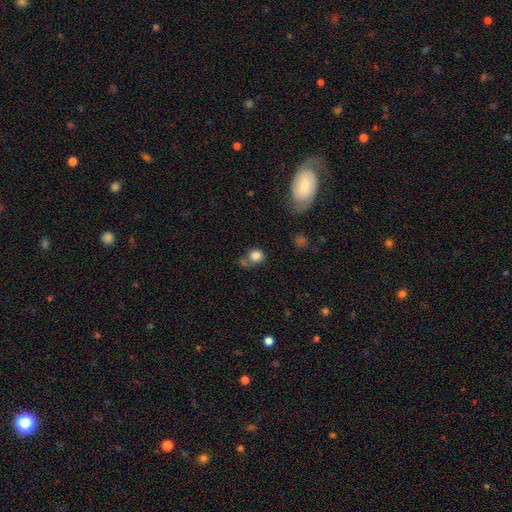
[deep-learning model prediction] The model was most divided on "merging": none: 54%, merger: 22%, minor disturbance: 17%, major disturbance: 7%. More confident: smooth or featured — smooth (83%); how rounded — round (77%).